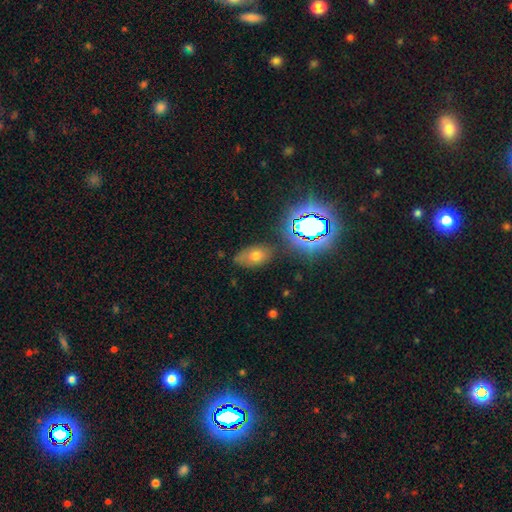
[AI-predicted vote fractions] This appears to be a smooth galaxy with no disk features (60%) that is in between round and cigar-shaped (87%). Merging: none (70%).